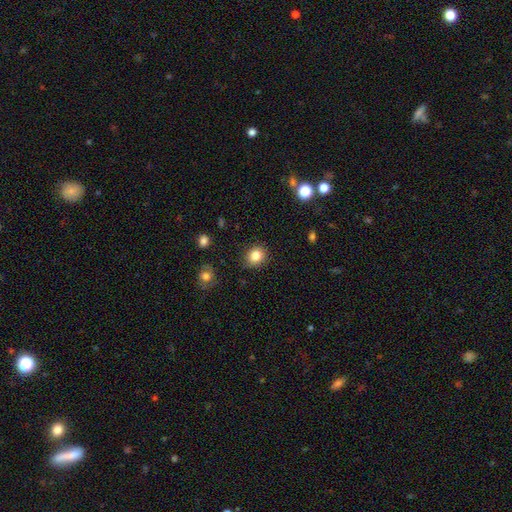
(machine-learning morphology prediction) Smooth or featured? smooth (84%)
How rounded? round (75%)
Merging? none (87%)